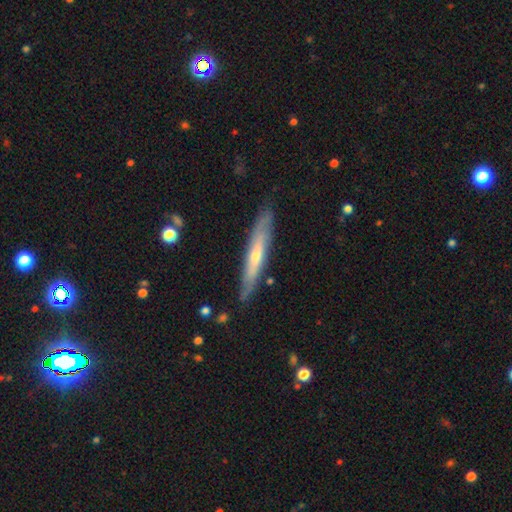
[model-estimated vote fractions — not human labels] A featured or disk galaxy (56%) viewed edge-on (79%). Merging: none (83%).